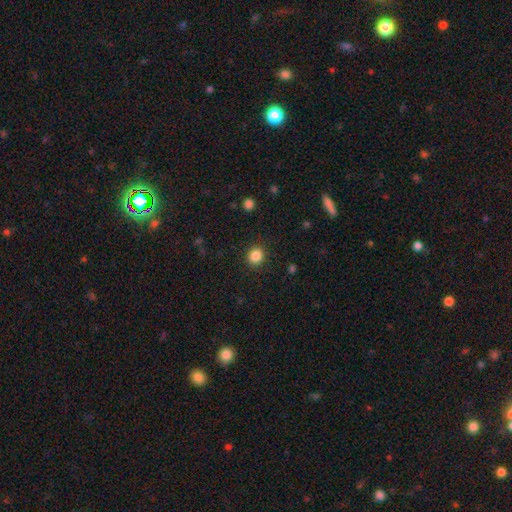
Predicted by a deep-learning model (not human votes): Smooth or featured? smooth (85%)
How rounded? round (82%)
Merging? none (90%)